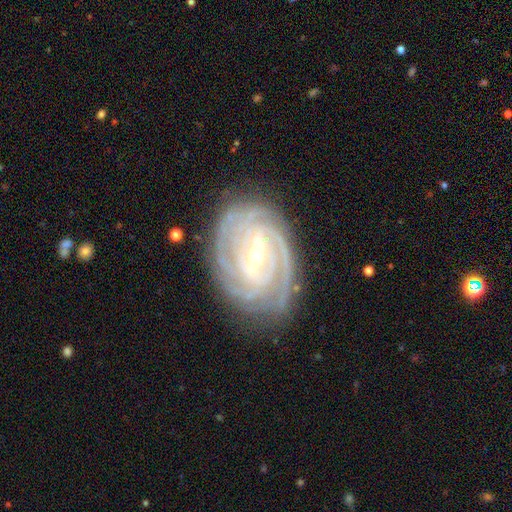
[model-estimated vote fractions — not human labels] Smooth or featured? featured or disk (91%)
Edge-on disk? no (96%)
Bar? strong (58%)
Spiral arms? yes (98%)
Spiral winding? tight (82%)
Spiral arm count? 4 (26%)
Bulge size? small (54%)
Merging? none (82%)